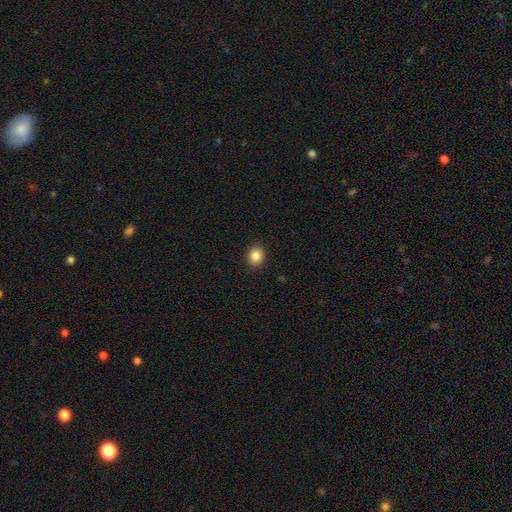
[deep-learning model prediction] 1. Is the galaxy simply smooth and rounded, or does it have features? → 85% smooth, 10% star or artifact, 5% featured or disk.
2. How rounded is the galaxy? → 61% round, 38% in between, 1% cigar-shaped.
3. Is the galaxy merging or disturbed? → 91% none, 6% minor disturbance, 2% major disturbance, 1% merger.